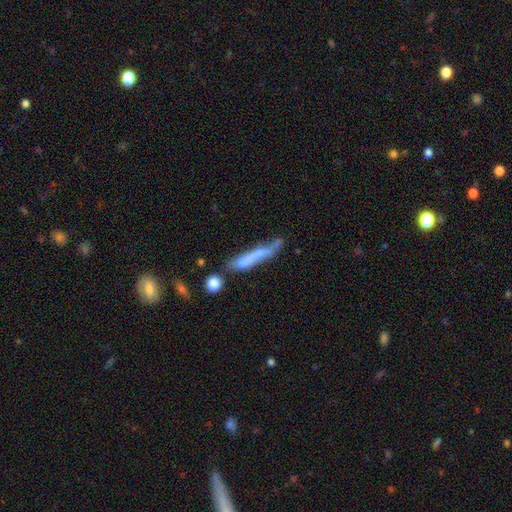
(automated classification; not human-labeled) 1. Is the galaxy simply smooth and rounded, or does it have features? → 45% smooth (tied), 45% featured or disk (tied), 11% star or artifact.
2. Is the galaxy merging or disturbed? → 45% none, 24% minor disturbance, 16% merger, 15% major disturbance.